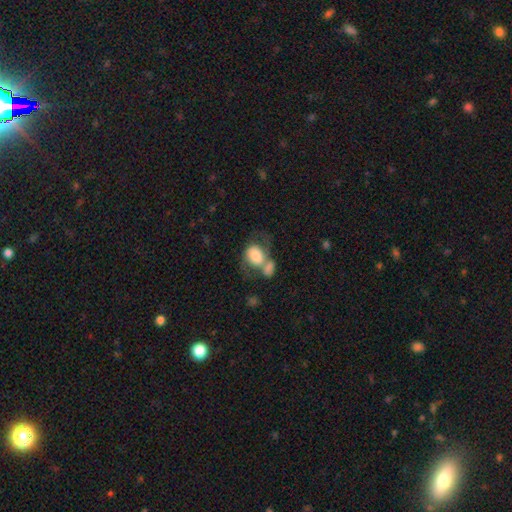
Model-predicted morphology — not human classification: A smooth galaxy with no disk features (63%) that is in between round and cigar-shaped (62%).

Vote fractions:
- Smooth or featured? smooth: 63% / featured or disk: 30% / star or artifact: 7%
- How rounded? in between: 62% / round: 37% / cigar-shaped: 1%
- Merging? merger: 54% / none: 21% / major disturbance: 14% / minor disturbance: 12%